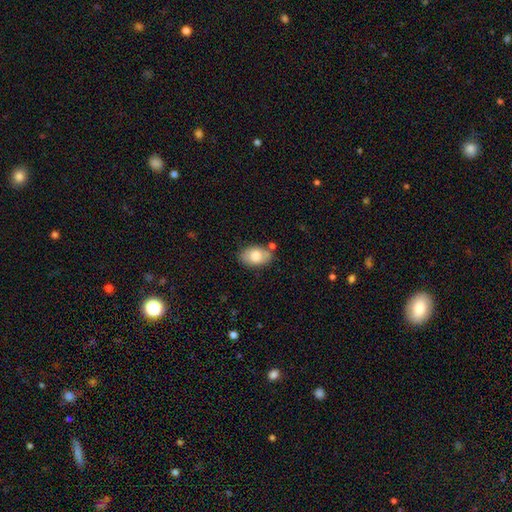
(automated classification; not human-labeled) Morphology: type=smooth (78%); roundness=in between (89%); merging=none (72%).